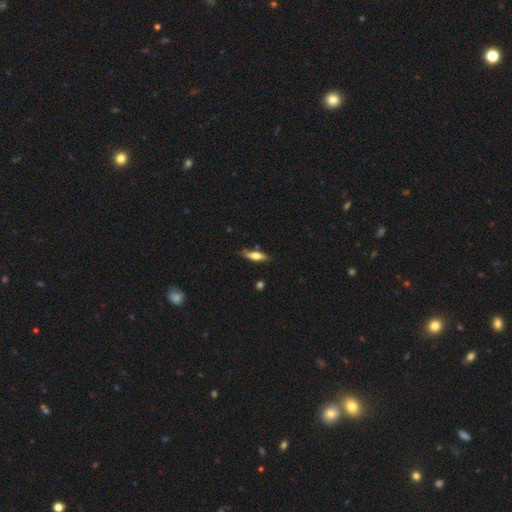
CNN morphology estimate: This is likely a smooth galaxy (62%). How rounded: possibly cigar-shaped (54%). Merging: likely none (76%).